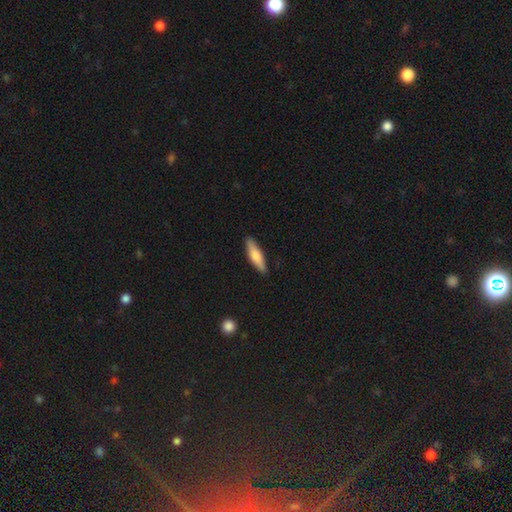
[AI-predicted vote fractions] smooth-or-featured: smooth: 68% | featured or disk: 27% | star or artifact: 5%
  how-rounded: cigar-shaped: 68% | in between: 30% | round: 2%
  merging: none: 89% | minor disturbance: 9% | major disturbance: 2% | merger: 1%